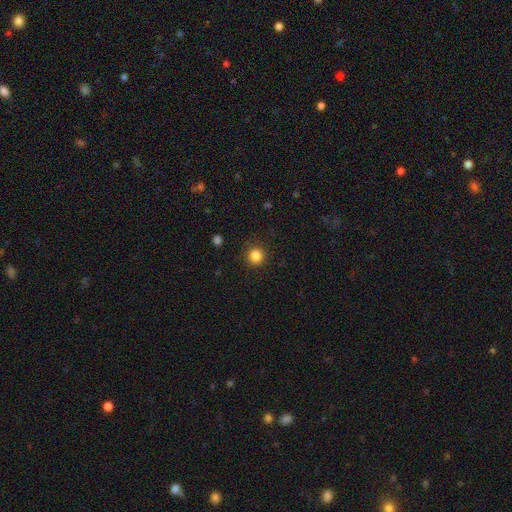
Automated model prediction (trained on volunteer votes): Smooth or featured: smooth — 85% (star or artifact — 11%)
How rounded: round — 94% (in between — 6%)
Merging: none — 90% (minor disturbance — 6%)